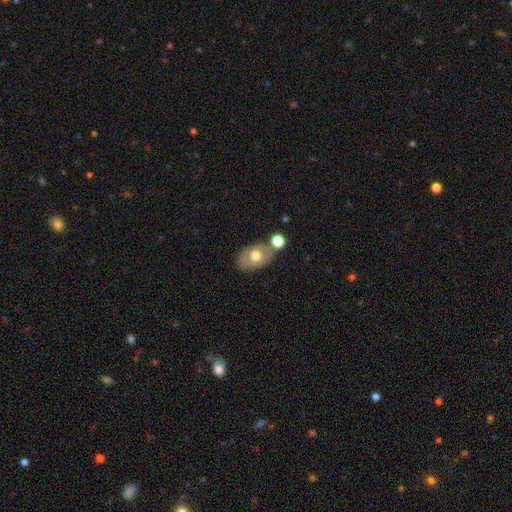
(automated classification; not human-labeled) Smooth or featured: smooth — 58% (featured or disk — 34%)
How rounded: in between — 85% (round — 13%)
Merging: none — 62% (merger — 18%)